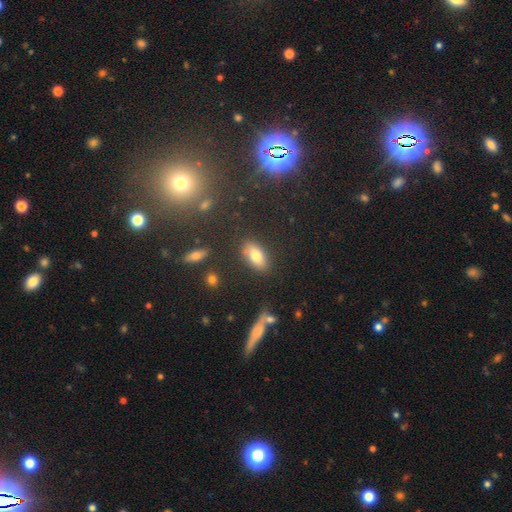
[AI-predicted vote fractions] The model was most divided on "smooth or featured": smooth: 77%, featured or disk: 13%, star or artifact: 10%. More confident: how rounded — in between (88%); merging — none (79%).